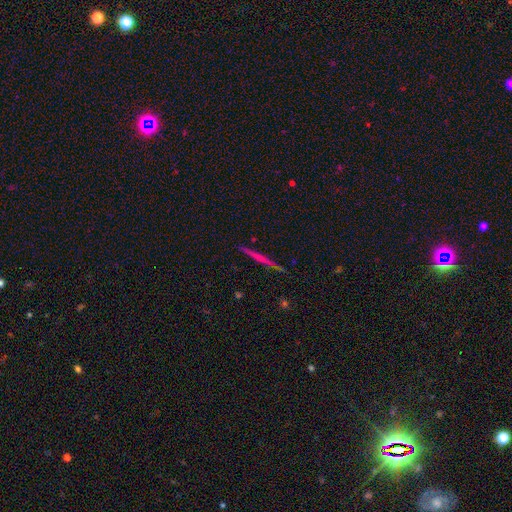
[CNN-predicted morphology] Smooth or featured?
  - featured or disk: 67% *
  - smooth: 25%
  - star or artifact: 8%
Edge-on disk?
  - yes: 98% *
  - no: 2%
Edge-on bulge?
  - none: 61% *
  - rounded: 31%
  - boxy: 7%
Merging?
  - none: 92% *
  - minor disturbance: 5%
  - major disturbance: 1%
  - merger: 1%